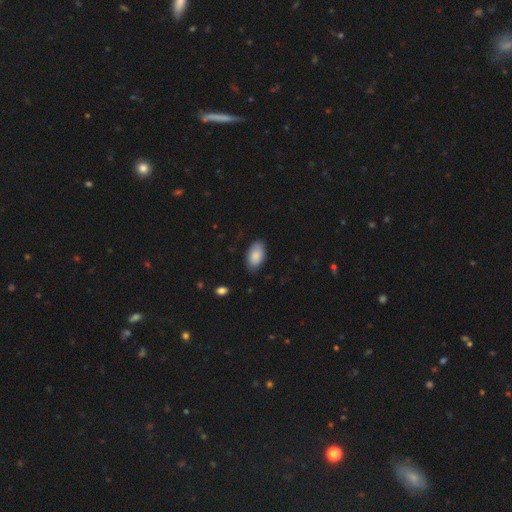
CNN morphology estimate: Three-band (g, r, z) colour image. It shows a smooth galaxy with no disk features (86%) that is in between round and cigar-shaped (95%). Merging: none (80%).